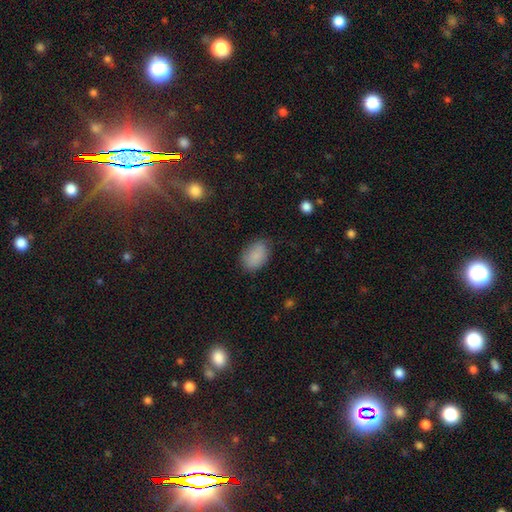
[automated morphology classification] The model was most divided on "merging": none: 73%, minor disturbance: 20%, major disturbance: 5%, merger: 1%. More confident: smooth or featured — smooth (86%); how rounded — in between (85%).